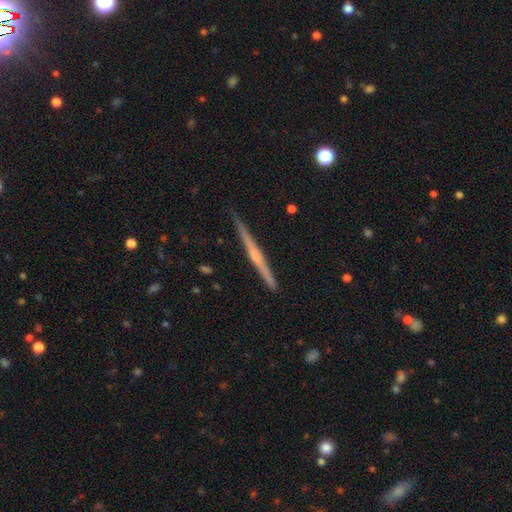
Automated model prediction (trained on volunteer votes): featured or disk 79%, smooth 15%, star or artifact 6%. Down the decision tree: edge-on disk — yes (98%); edge-on bulge — rounded (71%); merging — none (90%).